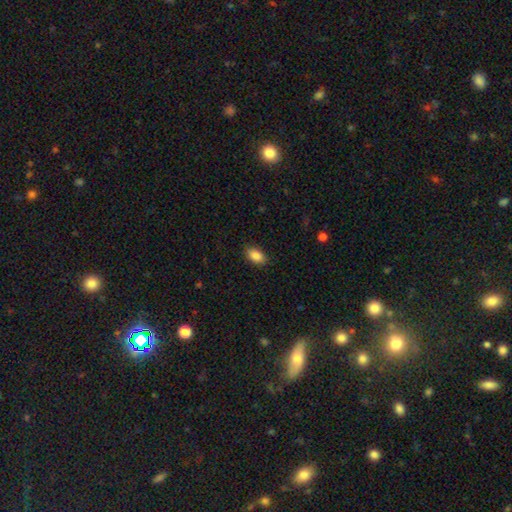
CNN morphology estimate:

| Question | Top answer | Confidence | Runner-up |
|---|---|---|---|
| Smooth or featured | smooth | 87% | star or artifact (8%) |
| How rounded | in between | 91% | round (6%) |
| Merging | none | 87% | minor disturbance (9%) |